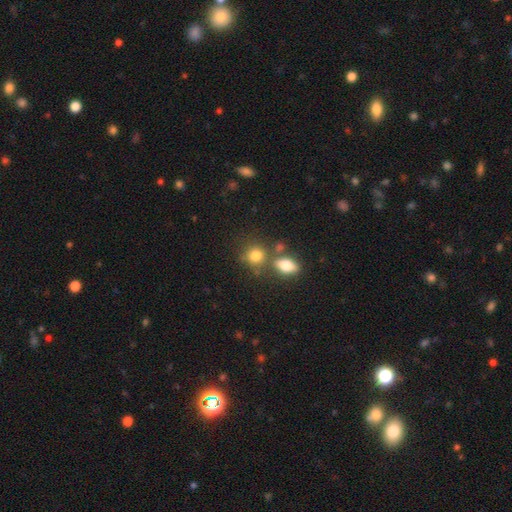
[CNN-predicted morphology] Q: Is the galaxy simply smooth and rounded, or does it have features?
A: smooth — 80%.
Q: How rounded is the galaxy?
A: round — 69%.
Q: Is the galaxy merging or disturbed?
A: none — 56%.